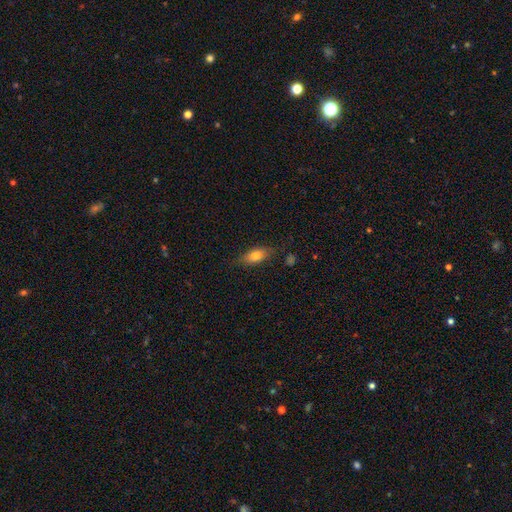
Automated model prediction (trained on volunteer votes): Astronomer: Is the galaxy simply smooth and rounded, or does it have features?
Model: smooth — 74%.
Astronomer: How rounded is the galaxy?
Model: in between — 79%.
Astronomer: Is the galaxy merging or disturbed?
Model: none — 76%.